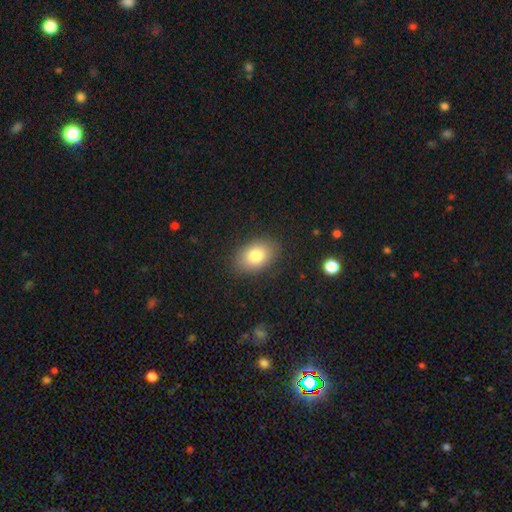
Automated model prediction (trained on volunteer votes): Smooth or featured? Predicted: smooth (p=0.80). How rounded? Predicted: in between (p=0.83). Merging? Predicted: none (p=0.85).